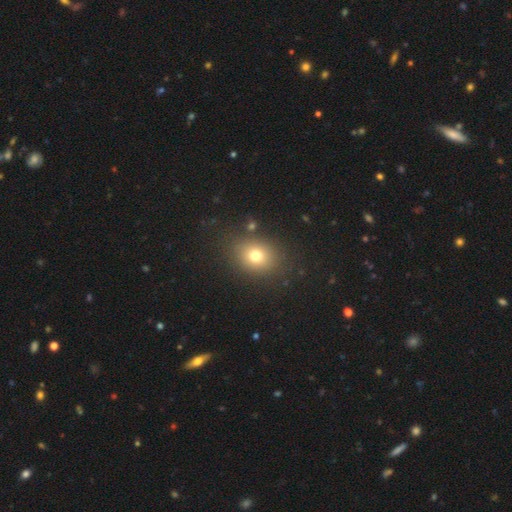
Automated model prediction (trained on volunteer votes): smooth_or_featured: smooth (p=0.75) [alt: star or artifact p=0.14]
how_rounded: round (p=0.53) [alt: in between p=0.46]
merging: none (p=0.84) [alt: minor disturbance p=0.10]